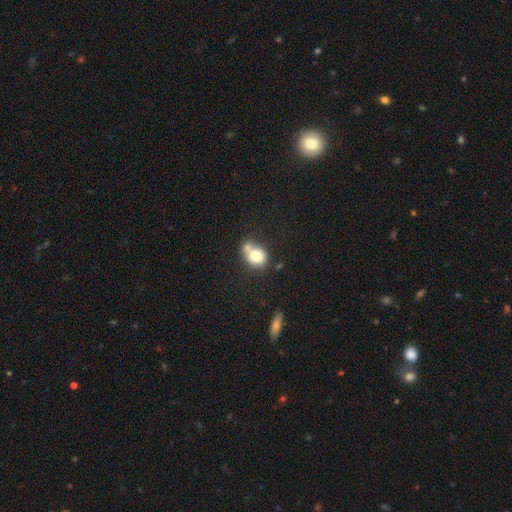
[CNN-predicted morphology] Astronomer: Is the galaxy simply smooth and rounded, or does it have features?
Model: smooth — 74%.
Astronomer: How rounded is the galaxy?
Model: round — 60% (runner-up: in between, 39%).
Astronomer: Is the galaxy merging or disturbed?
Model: merger — 44% (runner-up: none, 37%).